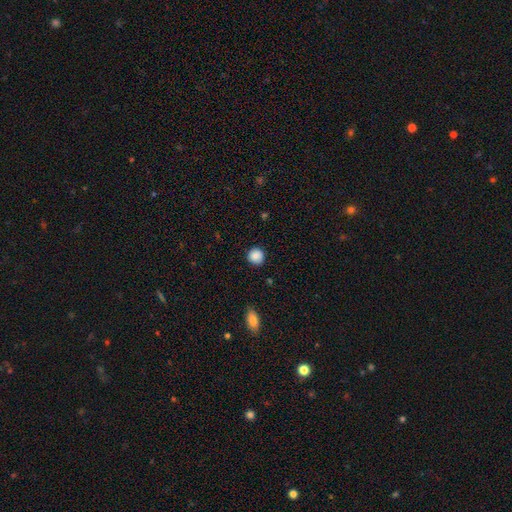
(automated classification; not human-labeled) smooth 87%, star or artifact 8%, featured or disk 5%. Down the decision tree: how rounded — round (91%); merging — none (87%).